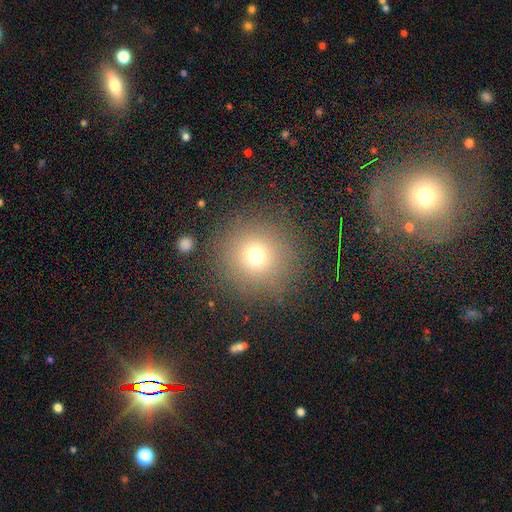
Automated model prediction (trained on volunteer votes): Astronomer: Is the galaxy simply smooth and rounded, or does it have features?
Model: smooth — 71%.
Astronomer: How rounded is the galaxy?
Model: round — 95%.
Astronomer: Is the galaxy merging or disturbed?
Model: none — 87%.